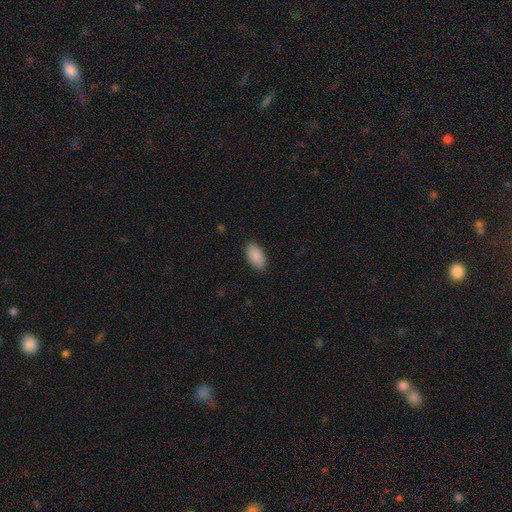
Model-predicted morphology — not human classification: This appears to be a smooth galaxy with no disk features (90%) that is in between round and cigar-shaped (95%). Merging: none (89%).